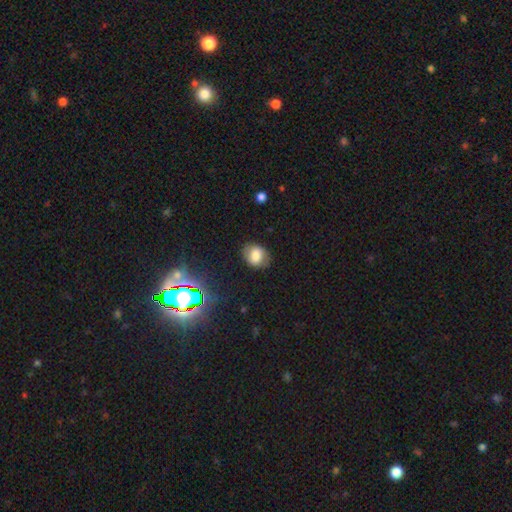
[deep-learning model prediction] The model was most divided on "how rounded": in between: 53%, round: 46%, cigar-shaped: 1%. More confident: merging — none (77%); smooth or featured — smooth (72%).